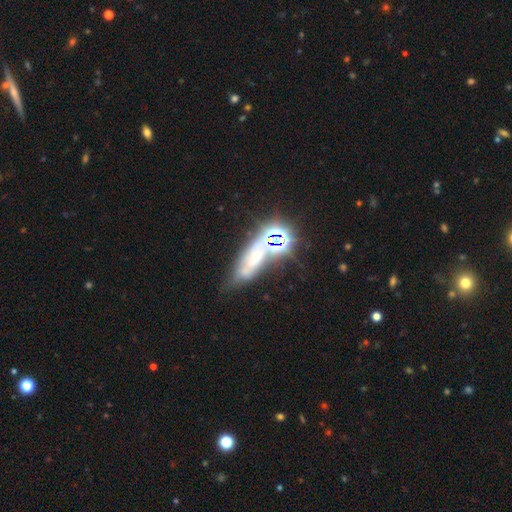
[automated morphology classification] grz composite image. It shows a star or artifact, not a galaxy (37%).